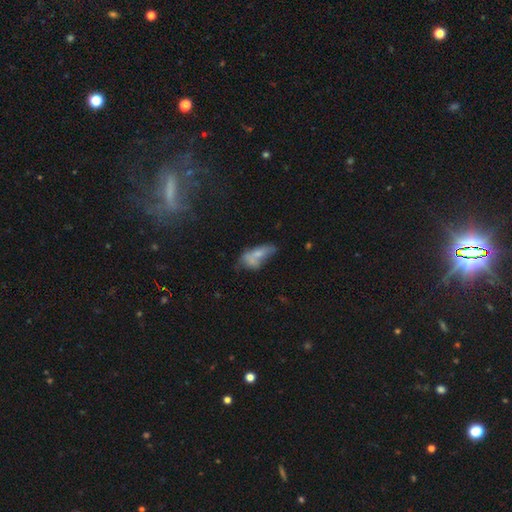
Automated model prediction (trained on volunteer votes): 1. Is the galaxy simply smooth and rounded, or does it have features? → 56% smooth, 31% featured or disk, 12% star or artifact.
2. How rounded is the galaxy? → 79% in between, 16% cigar-shaped, 5% round.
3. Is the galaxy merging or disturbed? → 28% none, 26% merger, 23% minor disturbance, 22% major disturbance.